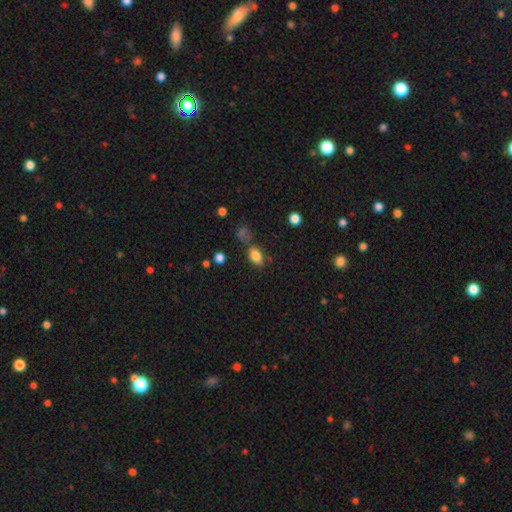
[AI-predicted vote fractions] Morphology: type=smooth (83%); roundness=in between (86%); merging=none (69%).